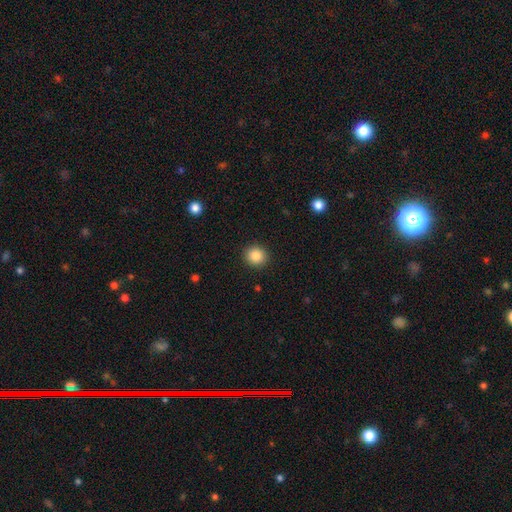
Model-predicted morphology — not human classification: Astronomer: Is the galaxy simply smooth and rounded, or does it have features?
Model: smooth — 86%.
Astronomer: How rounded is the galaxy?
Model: round — 87%.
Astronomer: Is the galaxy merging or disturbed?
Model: none — 91%.